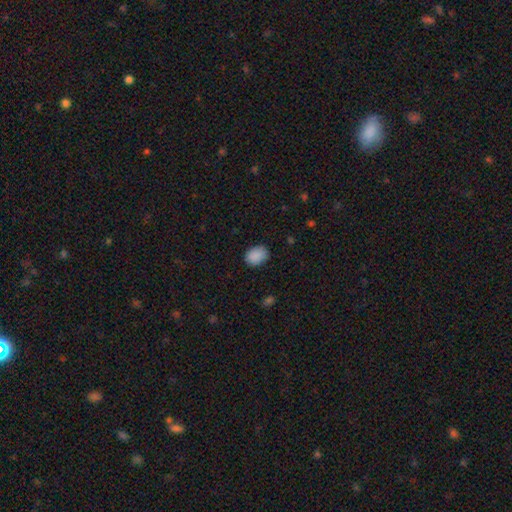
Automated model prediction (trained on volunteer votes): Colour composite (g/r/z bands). It shows a smooth galaxy with no disk features (89%) that is in between round and cigar-shaped (68%). Merging: none (83%).